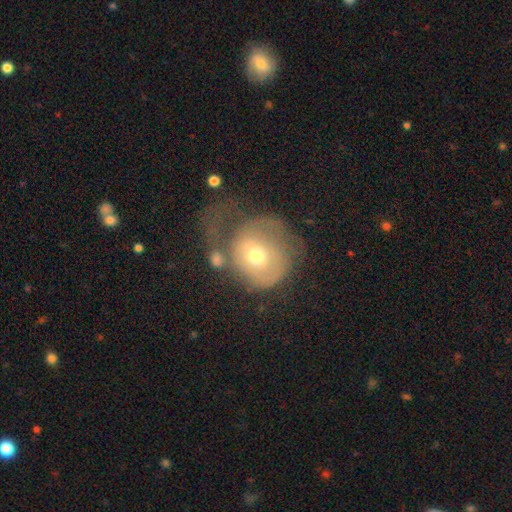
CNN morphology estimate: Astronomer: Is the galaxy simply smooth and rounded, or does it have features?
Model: featured or disk — 47% (runner-up: smooth, 44%).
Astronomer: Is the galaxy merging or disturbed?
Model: major disturbance — 48%.